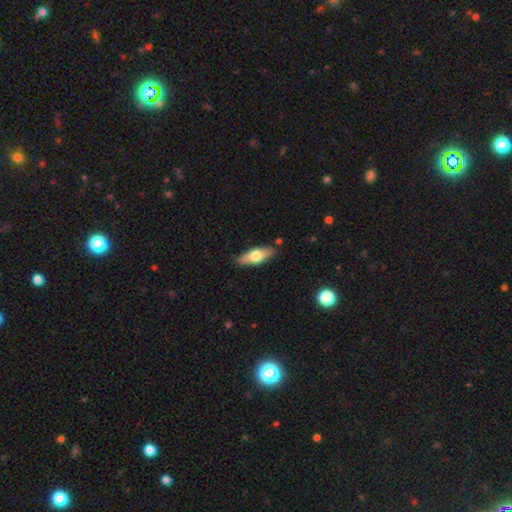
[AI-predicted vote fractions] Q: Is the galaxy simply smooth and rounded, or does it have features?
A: smooth — 61%.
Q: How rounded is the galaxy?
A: in between — 67%.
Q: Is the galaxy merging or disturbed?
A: none — 84%.